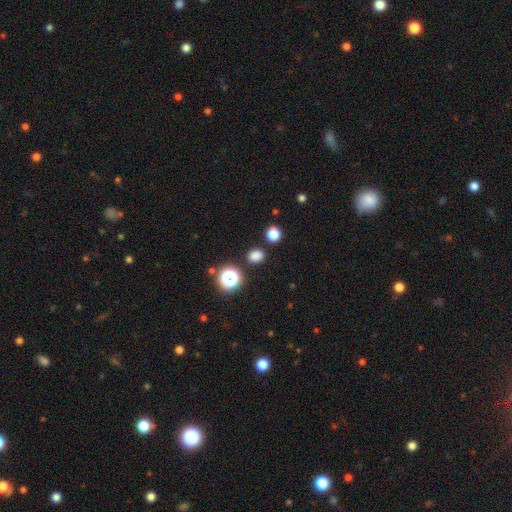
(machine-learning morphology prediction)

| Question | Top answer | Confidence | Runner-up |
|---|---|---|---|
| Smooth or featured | smooth | 76% | star or artifact (20%) |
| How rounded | round | 59% | in between (40%) |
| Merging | none | 85% | minor disturbance (8%) |